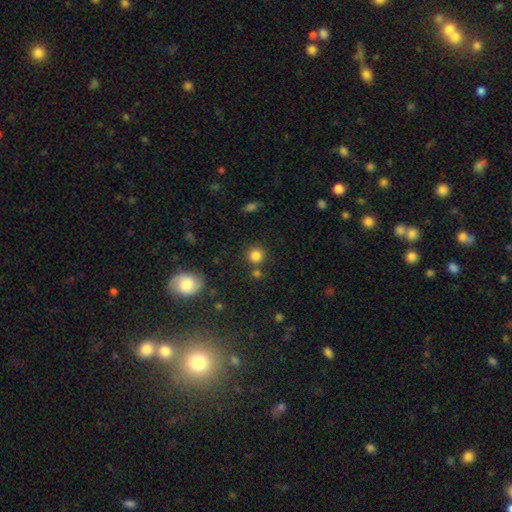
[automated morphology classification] This is clearly a smooth galaxy (82%). How rounded: clearly round (92%). Merging: likely none (79%).